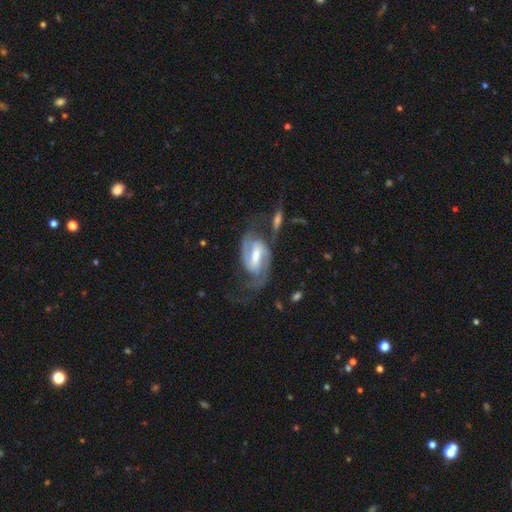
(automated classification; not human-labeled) A featured or disk galaxy (87%) with a strong bar (46%), 2 (89%) medium (50%) spiral arms (96%) and a moderate central bulge (63%). Merging: none (54%).